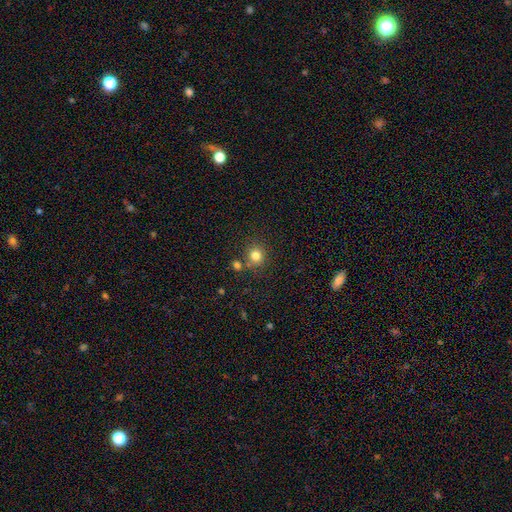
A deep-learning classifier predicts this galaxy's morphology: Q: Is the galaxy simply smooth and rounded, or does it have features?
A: smooth — 81%.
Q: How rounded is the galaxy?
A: round — 88%.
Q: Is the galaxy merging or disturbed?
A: none — 74%.